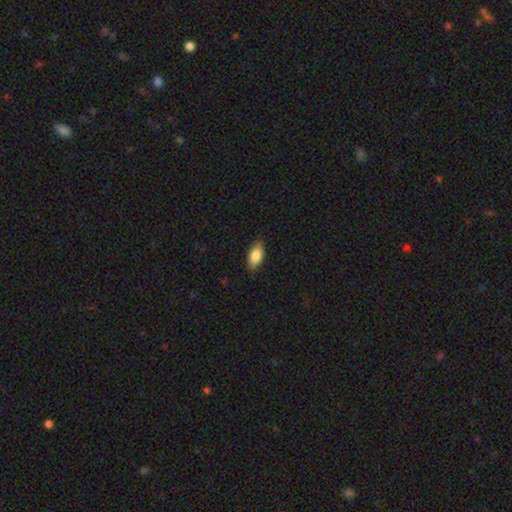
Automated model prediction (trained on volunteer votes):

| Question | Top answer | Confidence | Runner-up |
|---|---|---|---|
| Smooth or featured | smooth | 85% | featured or disk (8%) |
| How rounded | in between | 89% | cigar-shaped (8%) |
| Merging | none | 85% | minor disturbance (11%) |